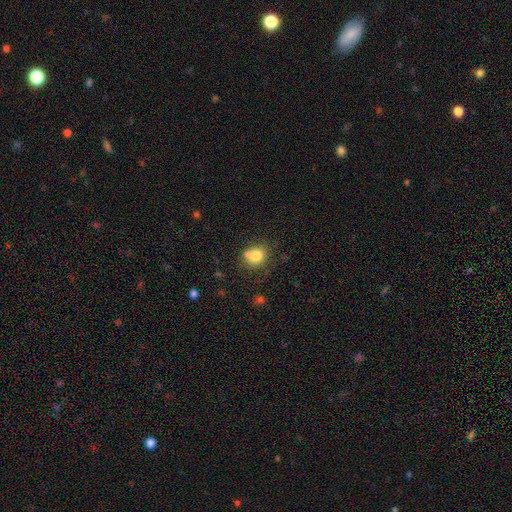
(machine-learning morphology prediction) Q: Smooth or featured?
A: smooth (76%); runner-up: featured or disk (12%)
Q: How rounded?
A: round (69%); runner-up: in between (30%)
Q: Merging?
A: none (51%); runner-up: merger (25%)